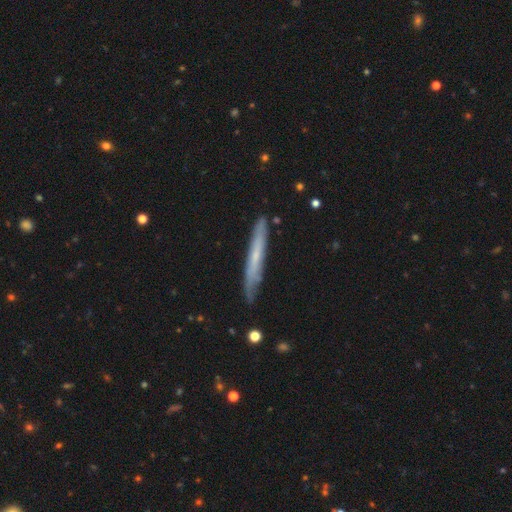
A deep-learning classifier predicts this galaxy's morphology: Overall: featured or disk (51%; smooth 44%). Edge-on disk: yes (86%). Merging: none (84%).